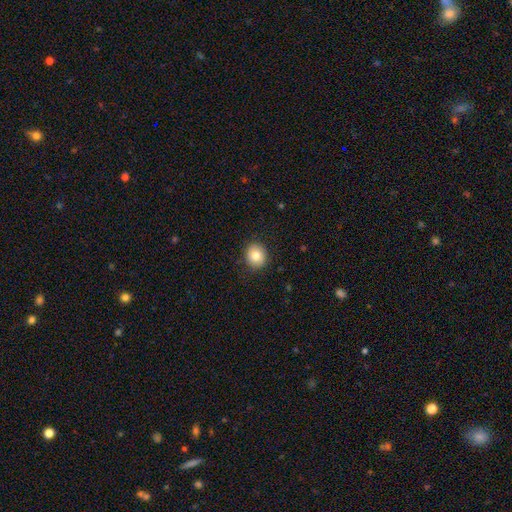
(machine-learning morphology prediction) Smooth or featured: smooth — 80% (featured or disk — 10%)
How rounded: round — 82% (in between — 18%)
Merging: none — 88% (minor disturbance — 9%)